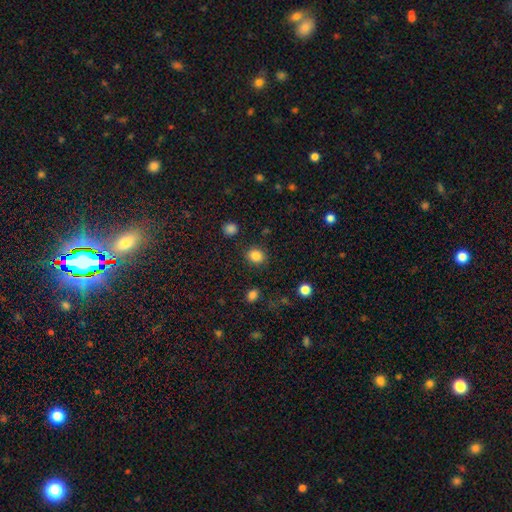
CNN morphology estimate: Smooth or featured? smooth (84%)
How rounded? round (69%)
Merging? none (87%)